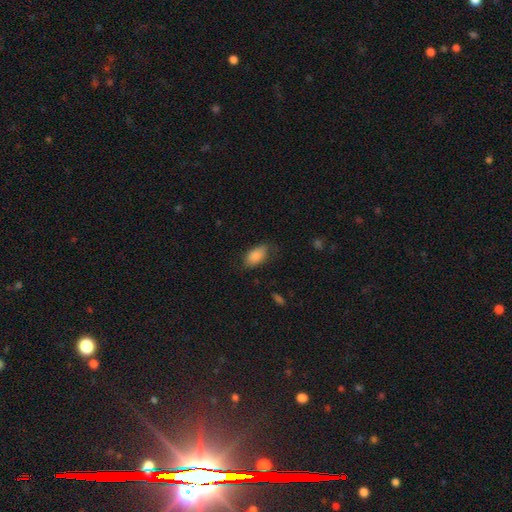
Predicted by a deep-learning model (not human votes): Smooth or featured: smooth — 87% (star or artifact — 7%)
How rounded: in between — 92% (cigar-shaped — 4%)
Merging: none — 72% (minor disturbance — 21%)